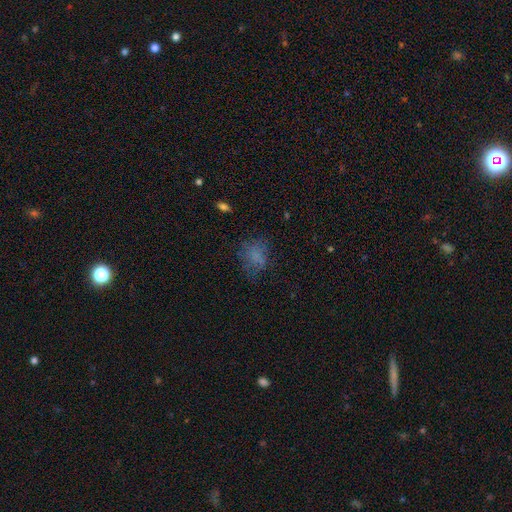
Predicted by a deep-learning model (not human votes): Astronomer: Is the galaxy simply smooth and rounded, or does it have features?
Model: smooth — 64%.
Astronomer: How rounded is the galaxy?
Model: in between — 53% (runner-up: round, 46%).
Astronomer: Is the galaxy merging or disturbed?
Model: none — 56%.